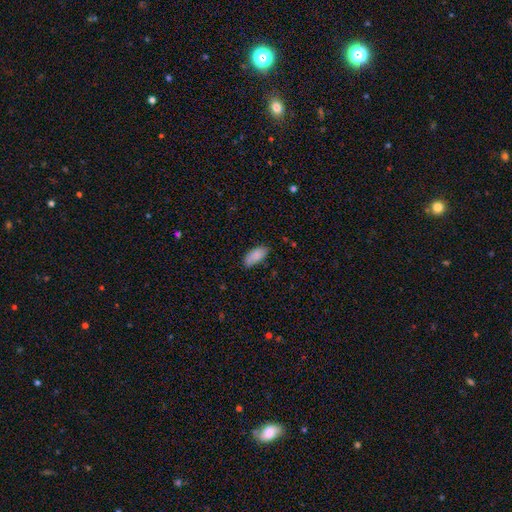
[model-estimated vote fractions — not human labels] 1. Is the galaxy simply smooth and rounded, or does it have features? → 86% smooth, 7% star or artifact, 7% featured or disk.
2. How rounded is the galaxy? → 89% in between, 9% cigar-shaped, 2% round.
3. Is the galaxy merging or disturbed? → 73% none, 21% minor disturbance, 4% major disturbance, 2% merger.